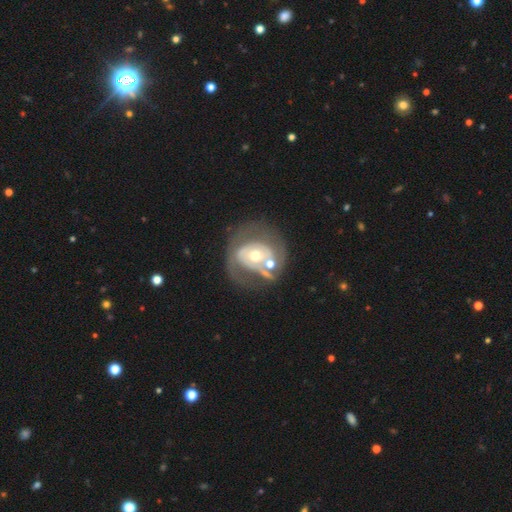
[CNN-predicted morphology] smooth-or-featured: featured or disk: 75% | smooth: 19% | star or artifact: 6%
  disk-edge-on: no: 97% | yes: 3%
    bar: no: 70% | weak: 21% | strong: 9%
    has-spiral-arms: yes: 64% | no: 36%
    bulge-size: moderate: 66% | small: 26% | large: 6% | none: 1% | dominant: 1%
  merging: none: 38% | major disturbance: 23% | merger: 21% | minor disturbance: 18%